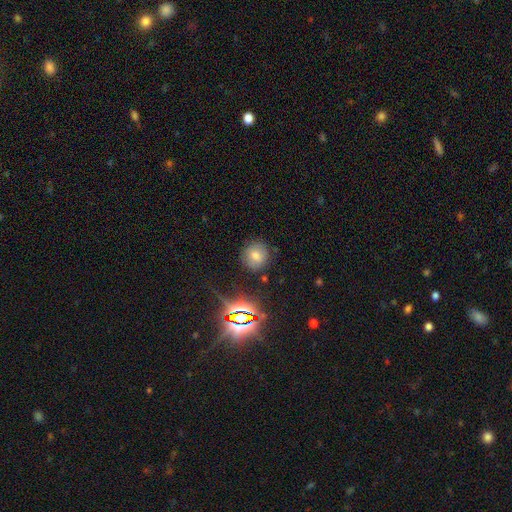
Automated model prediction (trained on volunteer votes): Smooth or featured? smooth (67%)
How rounded? round (89%)
Merging? none (85%)